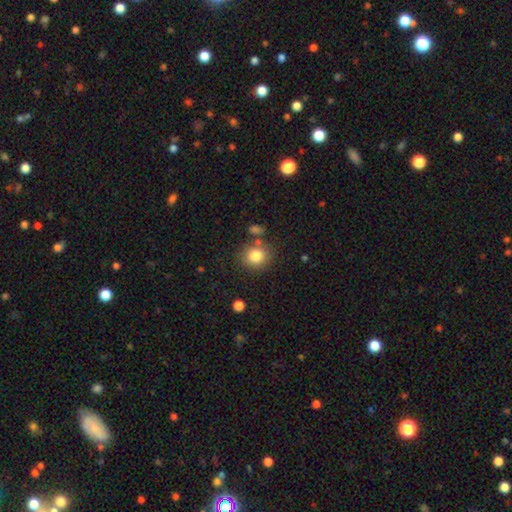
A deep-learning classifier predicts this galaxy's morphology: This appears to be a smooth galaxy with no disk features (82%) that is round (76%). Merging: none (76%).